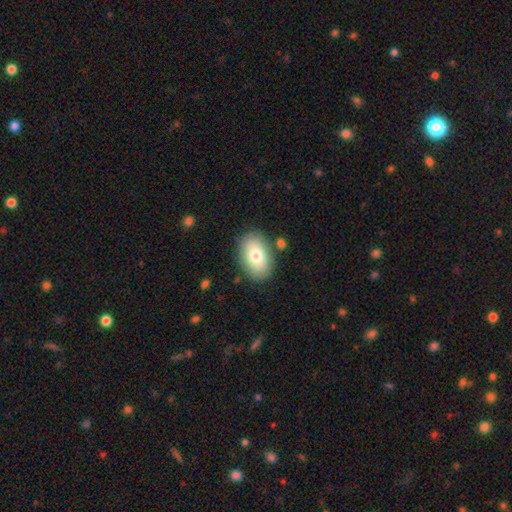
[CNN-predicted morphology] The model was most divided on "smooth or featured": smooth: 75%, featured or disk: 18%, star or artifact: 7%. More confident: how rounded — in between (88%); merging — none (82%).